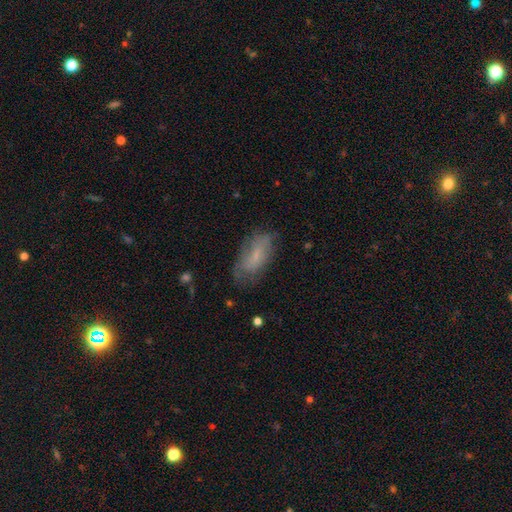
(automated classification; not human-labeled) Morphology: type=smooth (63%); roundness=in between (86%); merging=none (65%).